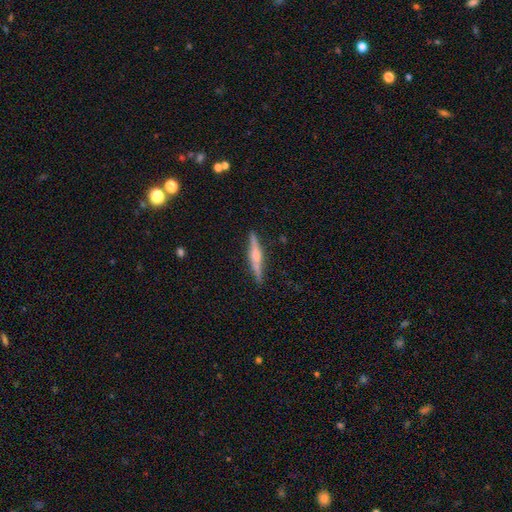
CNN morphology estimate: type=featured or disk (70%); edge-on=yes (98%); edge-on bulge=rounded (87%); merging=none (90%).